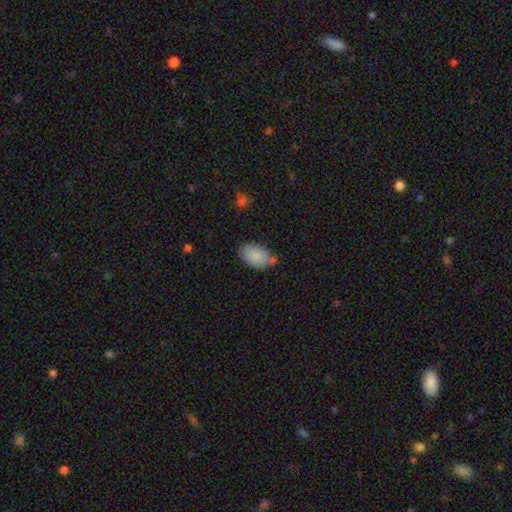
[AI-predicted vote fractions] Smooth or featured? smooth (86%)
How rounded? in between (91%)
Merging? none (62%)